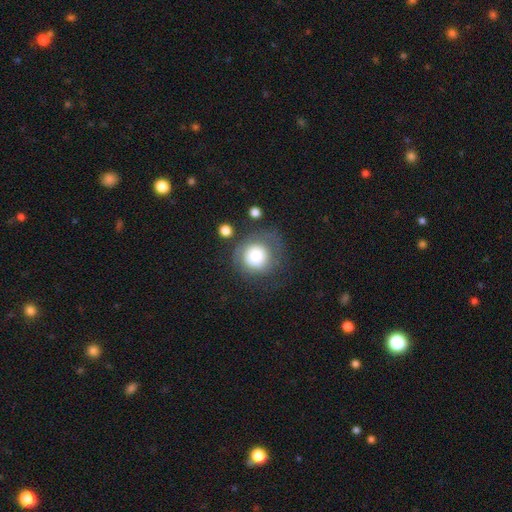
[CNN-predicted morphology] Smooth or featured? smooth (72%)
How rounded? round (91%)
Merging? none (58%)